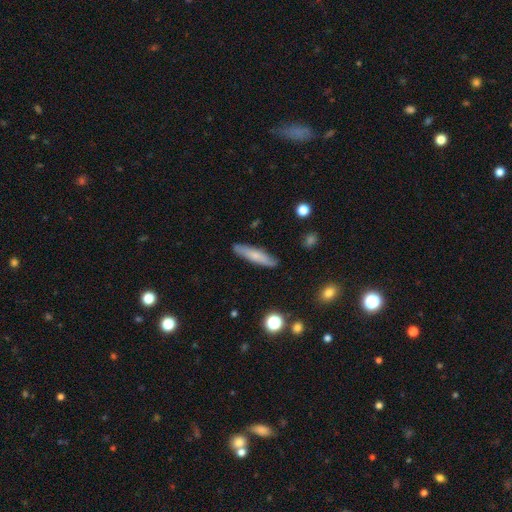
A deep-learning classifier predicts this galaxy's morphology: smooth 67%, featured or disk 26%, star or artifact 7%. Down the decision tree: how rounded — cigar-shaped (84%); merging — none (86%).